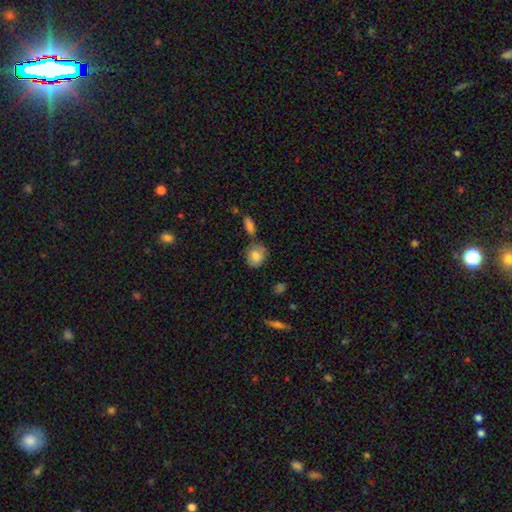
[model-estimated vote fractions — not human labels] smooth 80%, featured or disk 12%, star or artifact 8%. Down the decision tree: how rounded — round (56%); merging — none (63%).